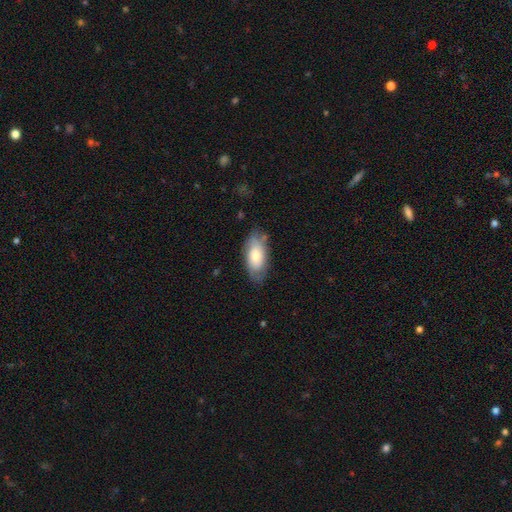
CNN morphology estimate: Overall: smooth (64%; featured or disk 30%). How rounded: in between (90%). Merging: none (71%).